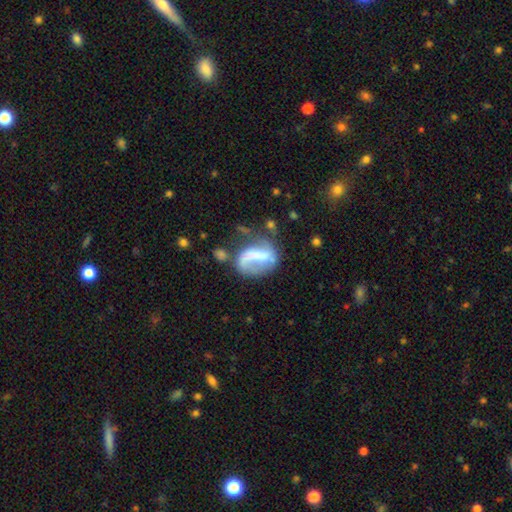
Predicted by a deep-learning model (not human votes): Smooth or featured?
  - featured or disk: 56% *
  - smooth: 34%
  - star or artifact: 10%
Edge-on disk?
  - no: 97% *
  - yes: 3%
Bar?
  - no: 39% *
  - strong: 31%
  - weak: 30%
Spiral arms?
  - yes: 62% *
  - no: 38%
Bulge size?
  - none: 50% *
  - small: 20%
  - moderate: 16%
  - large: 10%
  - dominant: 4%
Merging?
  - none: 36% *
  - major disturbance: 31%
  - minor disturbance: 23%
  - merger: 10%